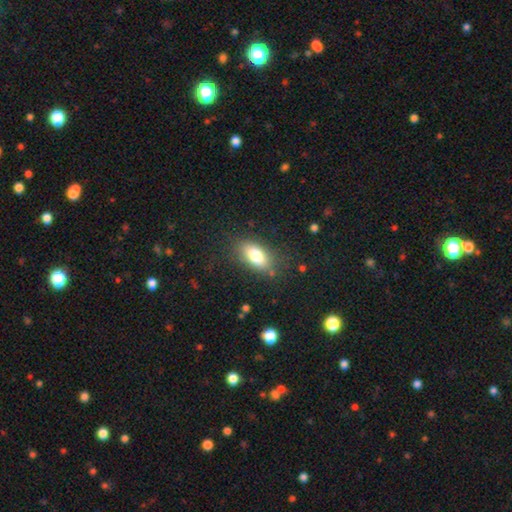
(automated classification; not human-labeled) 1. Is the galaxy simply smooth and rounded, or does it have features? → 80% smooth, 12% featured or disk, 8% star or artifact.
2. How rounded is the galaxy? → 87% in between, 7% cigar-shaped, 6% round.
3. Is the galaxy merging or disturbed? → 81% none, 13% minor disturbance, 5% major disturbance, 2% merger.